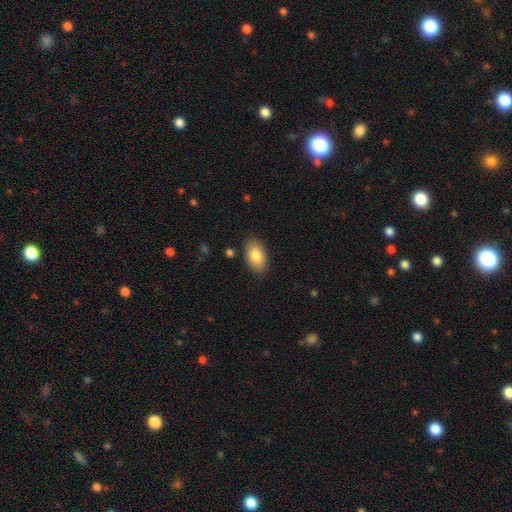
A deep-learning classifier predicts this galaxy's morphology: smooth 82%, featured or disk 11%, star or artifact 7%. Down the decision tree: how rounded — in between (93%); merging — none (86%).